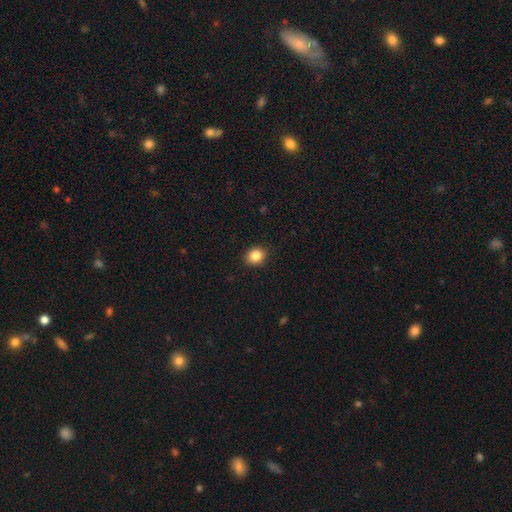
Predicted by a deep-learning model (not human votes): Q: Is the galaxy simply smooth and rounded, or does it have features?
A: smooth — 85%.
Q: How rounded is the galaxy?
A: round — 63%.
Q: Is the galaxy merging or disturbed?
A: none — 90%.